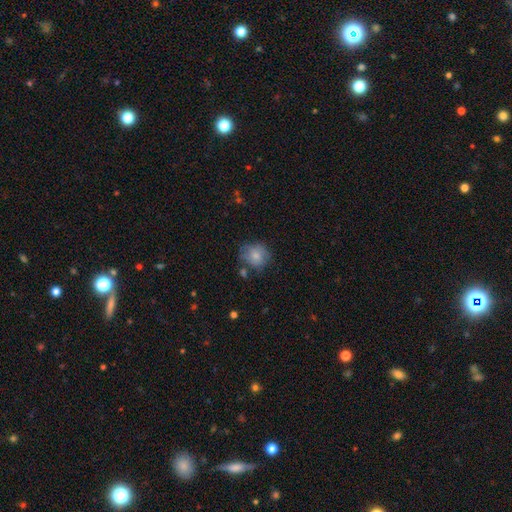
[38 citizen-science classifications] A smooth galaxy with no disk features (79%) that is round (80%).

Vote fractions:
- Smooth or featured? smooth: 79% / featured or disk: 18% / star or artifact: 3%
- How rounded? round: 80% / in between: 20% / cigar-shaped: 0%
- Merging? none: 35% (tied) / minor disturbance: 35% (tied) / merger: 19% / major disturbance: 11%